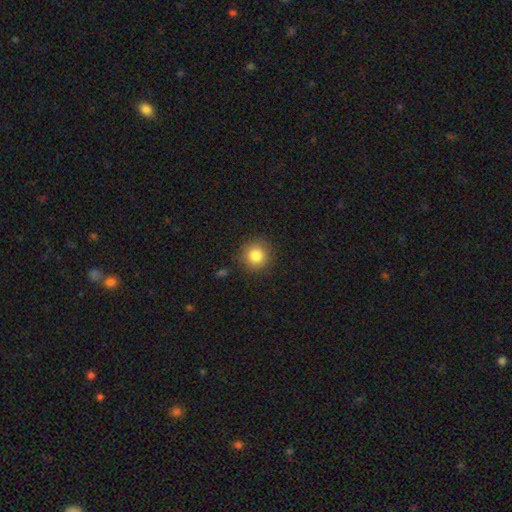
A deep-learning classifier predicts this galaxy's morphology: Overall: smooth (83%). How rounded: round (94%). Merging: none (88%).